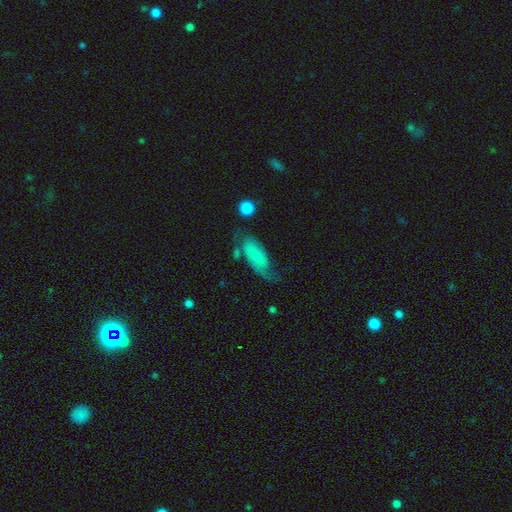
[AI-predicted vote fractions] featured or disk 48%, smooth 45%, star or artifact 7%. Down the decision tree: merging — none (47%).